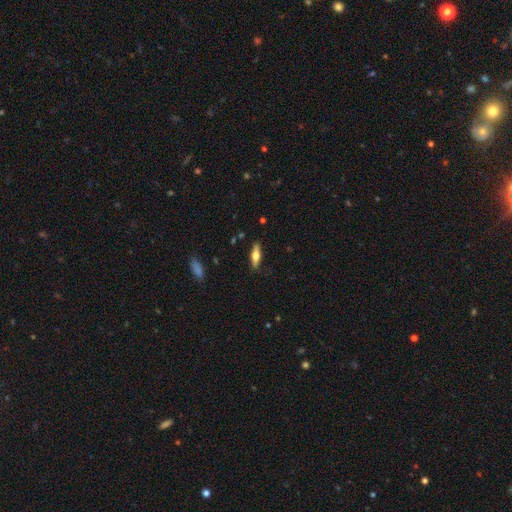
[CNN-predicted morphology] Overall: smooth (48%; featured or disk 45%). Merging: none (87%).